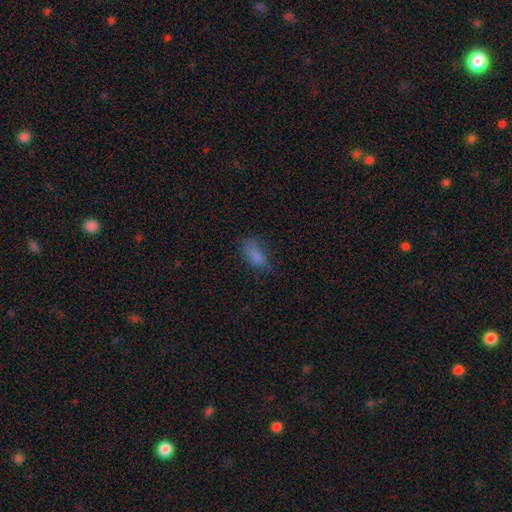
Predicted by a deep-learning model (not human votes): Morphology: type=smooth (75%); roundness=in between (88%); merging=none (53%).